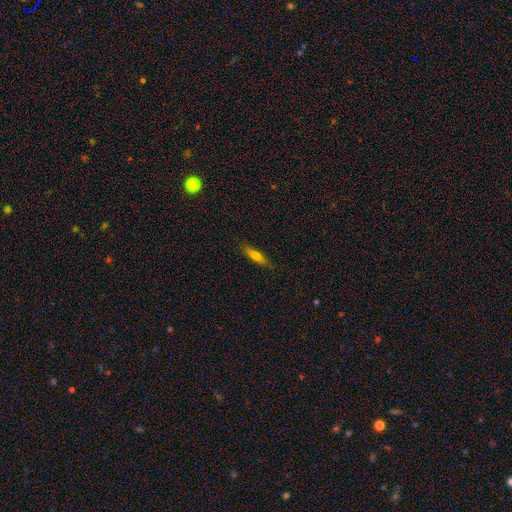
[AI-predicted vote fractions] Morphology: type=smooth (58%); roundness=cigar-shaped (79%); merging=none (87%).